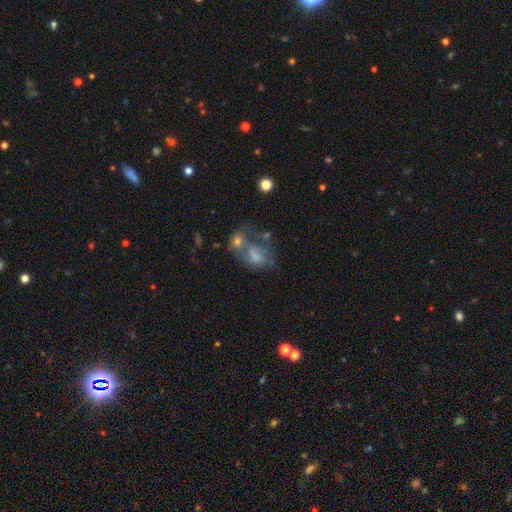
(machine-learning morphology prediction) Smooth or featured? smooth (51%)
How rounded? in between (76%)
Merging? merger (48%)